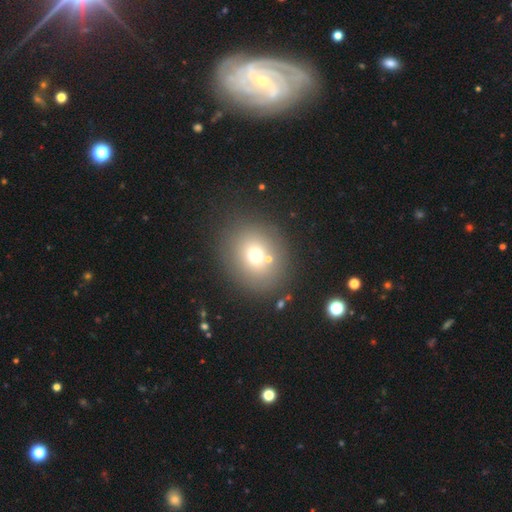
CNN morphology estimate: smooth_or_featured: smooth (p=0.68) [alt: star or artifact p=0.18]
how_rounded: round (p=0.74) [alt: in between p=0.25]
merging: none (p=0.78) [alt: minor disturbance p=0.09]